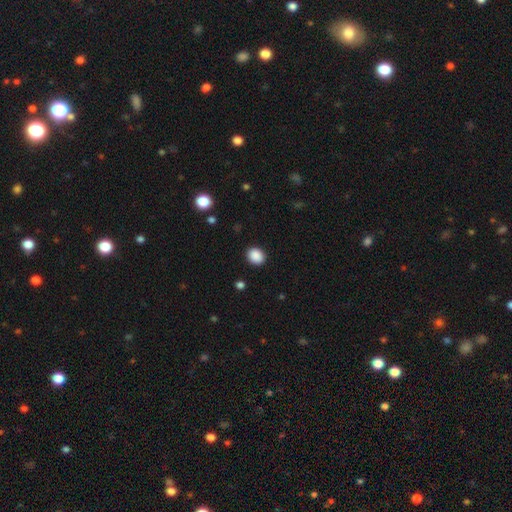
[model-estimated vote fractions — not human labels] The model was most divided on "how rounded": round: 62%, in between: 37%, cigar-shaped: 1%. More confident: merging — none (90%); smooth or featured — smooth (89%).